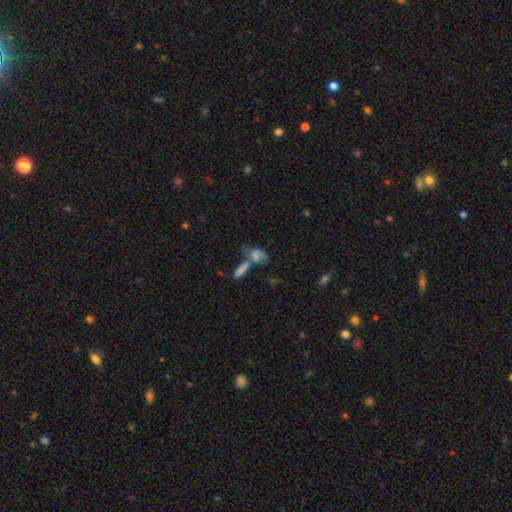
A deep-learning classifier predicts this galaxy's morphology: This is possibly a smooth galaxy (48%). Merging: possibly none (47%).